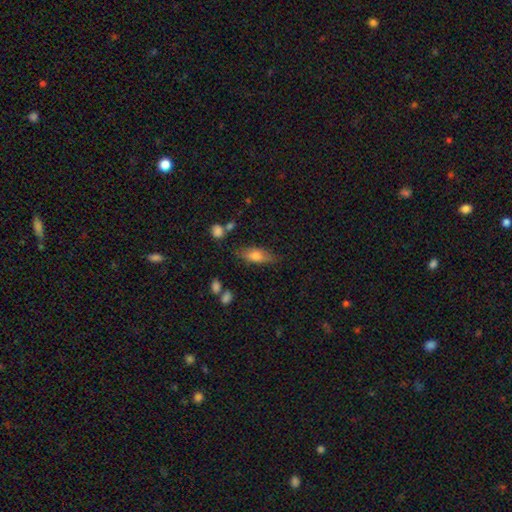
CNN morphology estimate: Smooth or featured?
  - smooth: 68% *
  - featured or disk: 24%
  - star or artifact: 8%
How rounded?
  - in between: 70% *
  - cigar-shaped: 26%
  - round: 4%
Merging?
  - none: 73% *
  - minor disturbance: 18%
  - major disturbance: 5%
  - merger: 4%